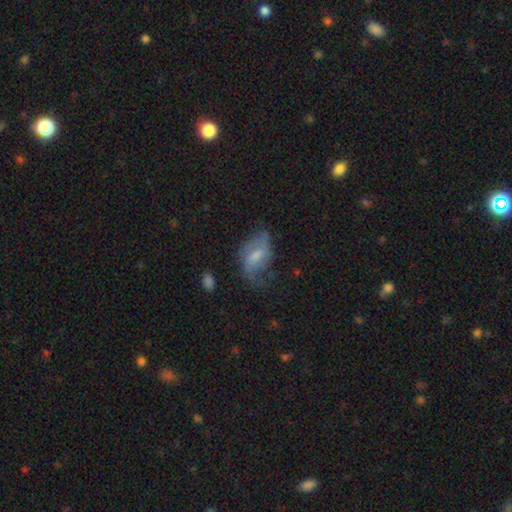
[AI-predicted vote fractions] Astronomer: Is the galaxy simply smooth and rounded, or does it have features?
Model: featured or disk — 52% (runner-up: smooth, 39%).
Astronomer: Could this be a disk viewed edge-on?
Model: no — 94%.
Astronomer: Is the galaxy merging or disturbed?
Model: none — 48% (runner-up: minor disturbance, 30%).